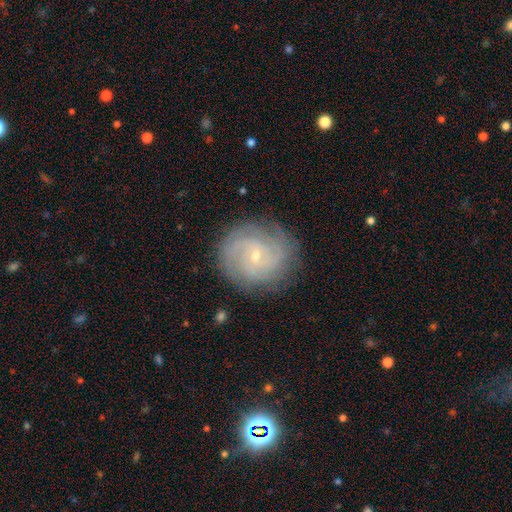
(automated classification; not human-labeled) Morphology: type=featured or disk (80%); edge-on=no (98%); bar=no (62%); spiral arms=yes (96%); winding=tight (68%); arm count=can't tell (31%); bulge=small (83%); merging=none (83%).